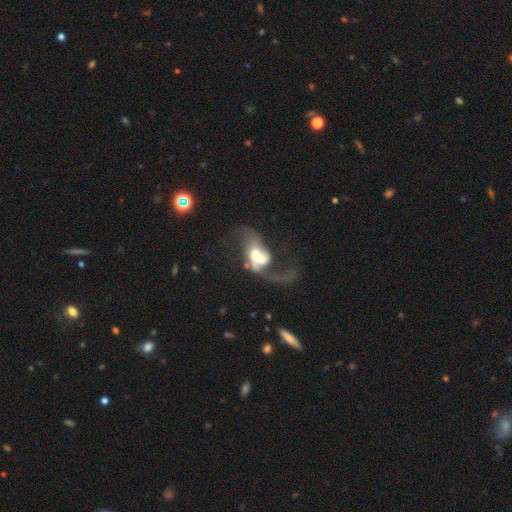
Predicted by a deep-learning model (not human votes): The model was most divided on "merging": merger: 57%, major disturbance: 24%, none: 12%, minor disturbance: 7%. More confident: edge-on disk — no (96%); spiral arms — yes (73%); smooth or featured — featured or disk (67%); bar — no (61%); bulge size — moderate (54%).